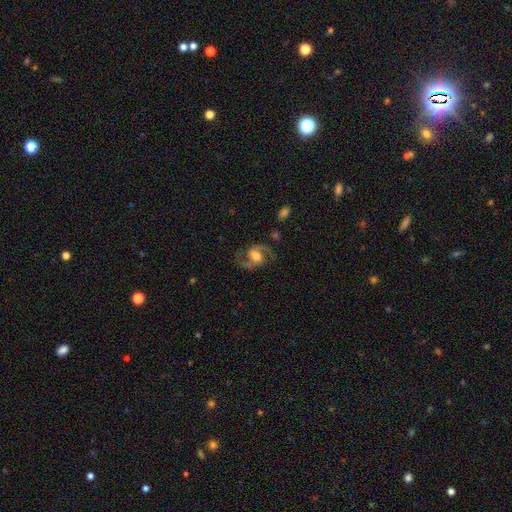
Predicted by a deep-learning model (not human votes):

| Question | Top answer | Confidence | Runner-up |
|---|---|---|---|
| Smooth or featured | featured or disk | 87% | smooth (8%) |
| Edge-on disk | no | 98% | yes (2%) |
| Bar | weak | 44% | no (35%) |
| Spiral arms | yes | 96% | no (4%) |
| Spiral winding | medium | 58% | loose (30%) |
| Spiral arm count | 2 | 93% | can't tell (2%) |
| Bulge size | moderate | 59% | large (23%) |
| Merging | none | 77% | minor disturbance (13%) |